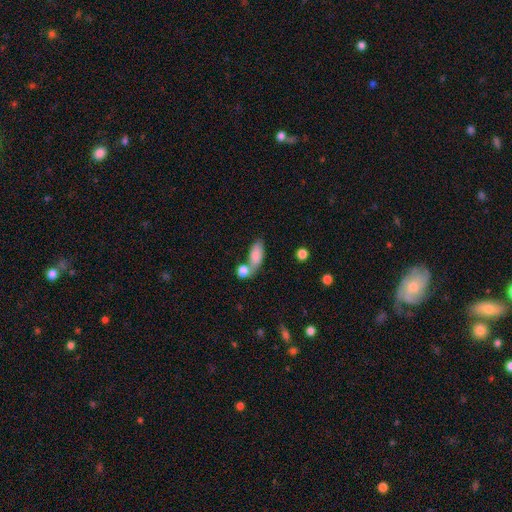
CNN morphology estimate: This appears to be a smooth galaxy with no disk features (81%) that is in between round and cigar-shaped (82%). Merging: none (40%).